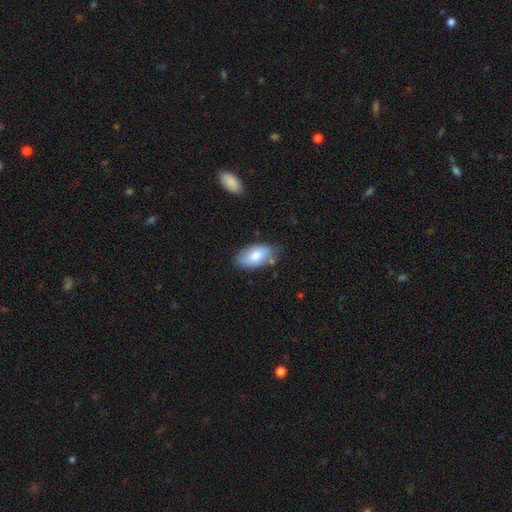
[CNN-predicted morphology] Smooth or featured? smooth (76%)
How rounded? in between (94%)
Merging? none (73%)